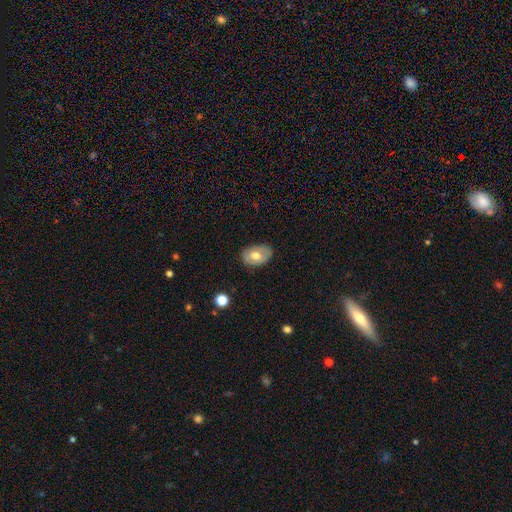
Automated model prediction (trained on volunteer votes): Smooth or featured?
  - smooth: 64% *
  - featured or disk: 29%
  - star or artifact: 8%
How rounded?
  - in between: 86% *
  - round: 13%
  - cigar-shaped: 1%
Merging?
  - none: 78% *
  - minor disturbance: 17%
  - major disturbance: 4%
  - merger: 1%